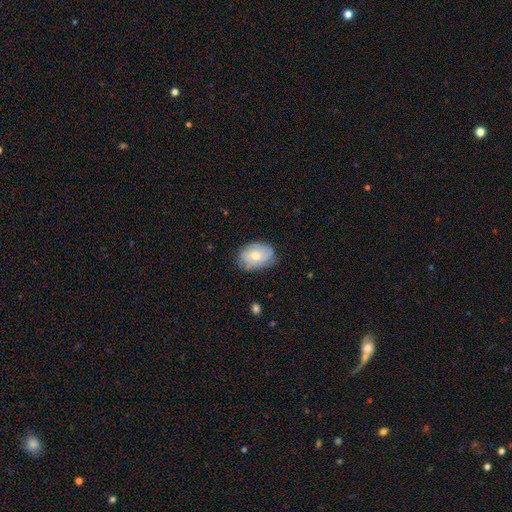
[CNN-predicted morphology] smooth 57%, featured or disk 36%, star or artifact 7%. Down the decision tree: how rounded — in between (81%); merging — none (70%).